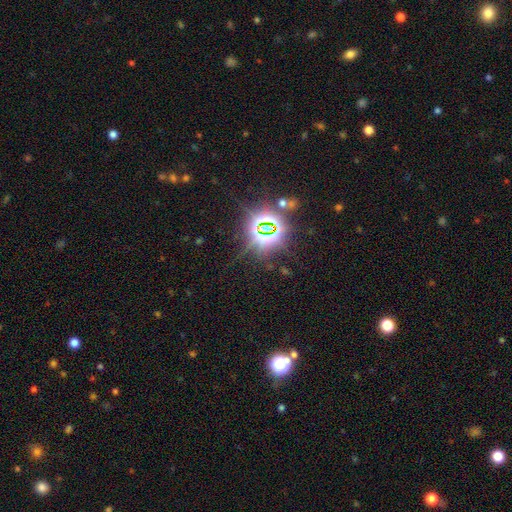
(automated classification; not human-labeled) Overall: star or artifact (82%).